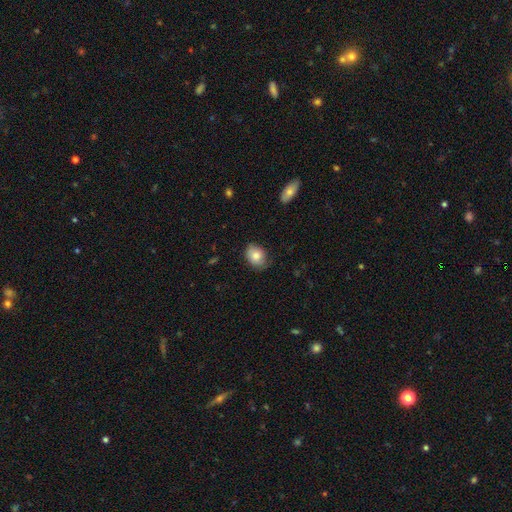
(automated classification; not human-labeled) Smooth or featured?
  - smooth: 82% *
  - featured or disk: 11%
  - star or artifact: 8%
How rounded?
  - in between: 61% *
  - round: 38%
  - cigar-shaped: 1%
Merging?
  - none: 69% *
  - minor disturbance: 25%
  - major disturbance: 5%
  - merger: 1%